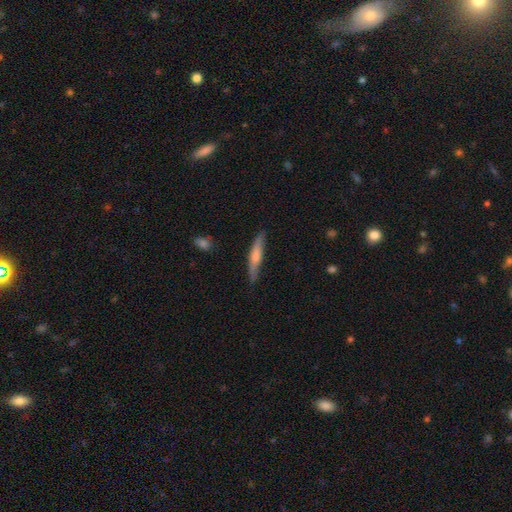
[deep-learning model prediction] A smooth galaxy with no disk features (58%) that is cigar-shaped (91%).

Vote fractions:
- Smooth or featured? smooth: 58% / featured or disk: 36% / star or artifact: 5%
- How rounded? cigar-shaped: 91% / in between: 7% / round: 1%
- Merging? none: 82% / minor disturbance: 14% / major disturbance: 3% / merger: 2%